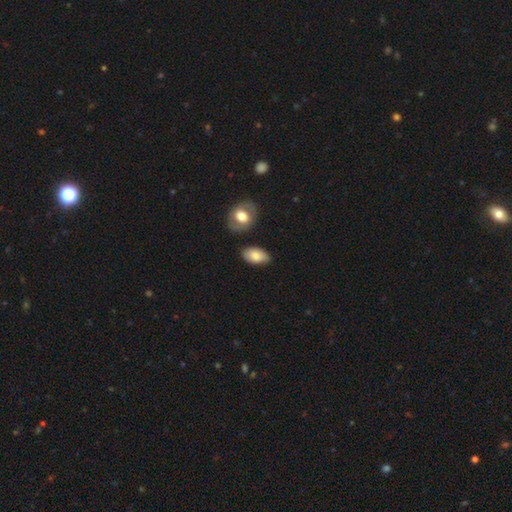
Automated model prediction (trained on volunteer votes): Overall: smooth (78%). How rounded: in between (92%). Merging: none (76%).